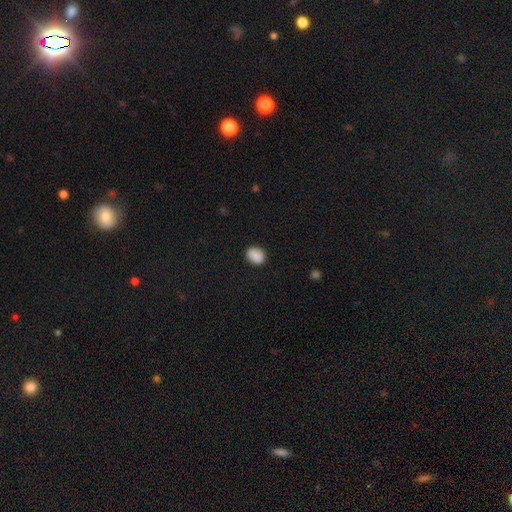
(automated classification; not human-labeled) Overall: smooth (86%). How rounded: round (50%; in between 49%). Merging: none (83%).